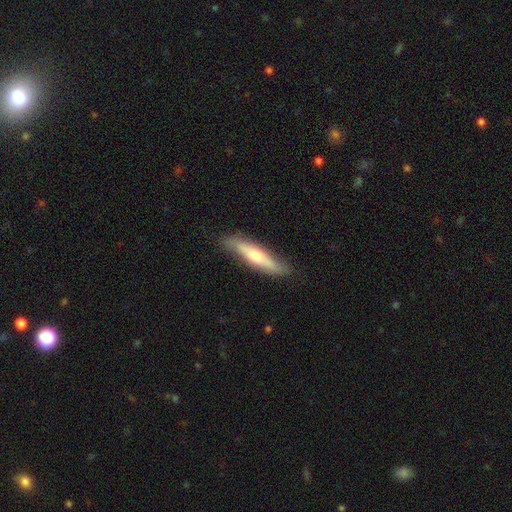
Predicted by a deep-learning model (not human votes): This appears to be a smooth galaxy with no disk features (48%). Merging: none (81%).